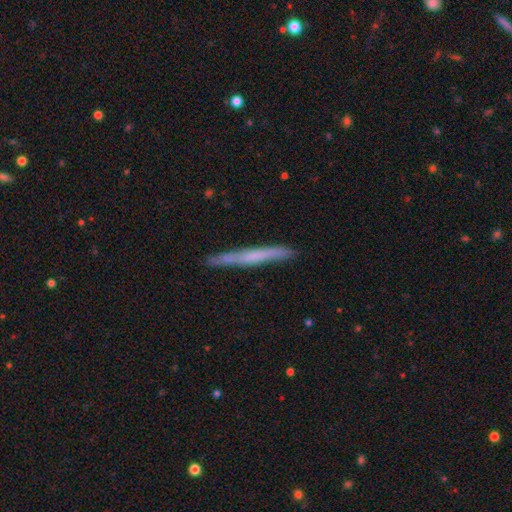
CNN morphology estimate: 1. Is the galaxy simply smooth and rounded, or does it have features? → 49% smooth, 45% featured or disk, 6% star or artifact.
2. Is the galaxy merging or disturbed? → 87% none, 10% minor disturbance, 2% major disturbance, 1% merger.